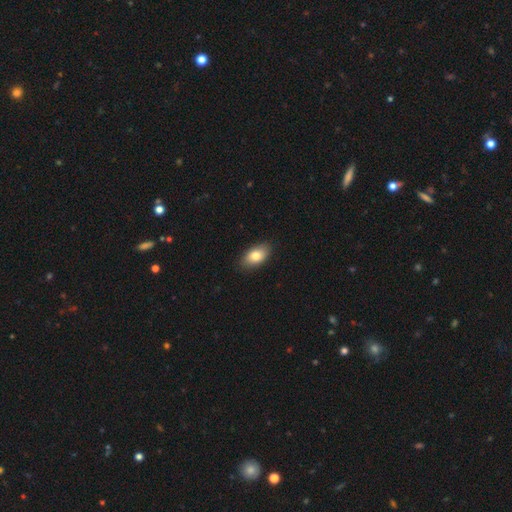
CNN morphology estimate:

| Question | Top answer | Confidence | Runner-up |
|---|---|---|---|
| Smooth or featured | smooth | 81% | featured or disk (12%) |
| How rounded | in between | 92% | round (6%) |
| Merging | none | 88% | minor disturbance (10%) |